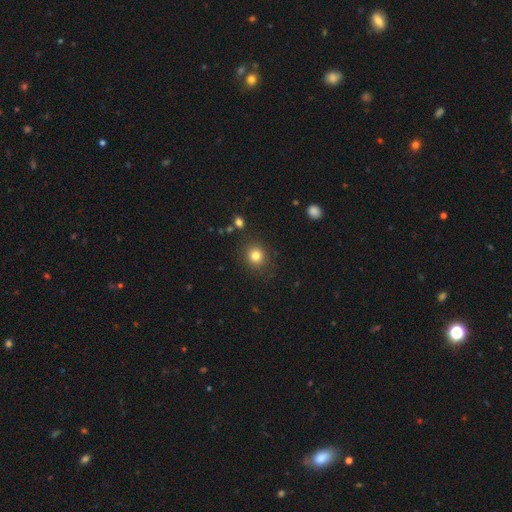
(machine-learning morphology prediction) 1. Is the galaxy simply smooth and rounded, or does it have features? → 82% smooth, 12% star or artifact, 6% featured or disk.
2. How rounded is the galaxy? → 84% round, 15% in between, 1% cigar-shaped.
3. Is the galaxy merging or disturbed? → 87% none, 8% minor disturbance, 3% major disturbance, 2% merger.